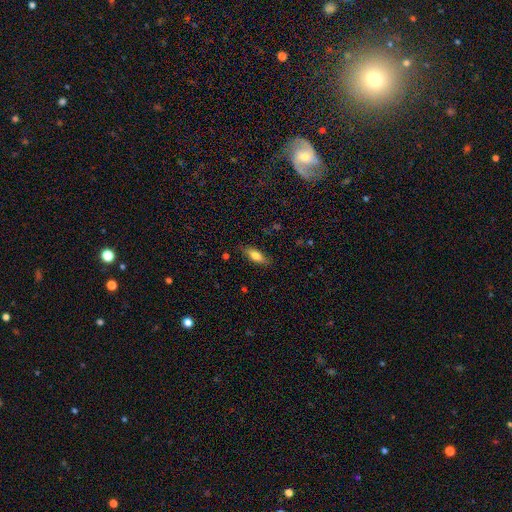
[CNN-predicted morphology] Overall: smooth (76%). How rounded: in between (74%). Merging: none (82%).